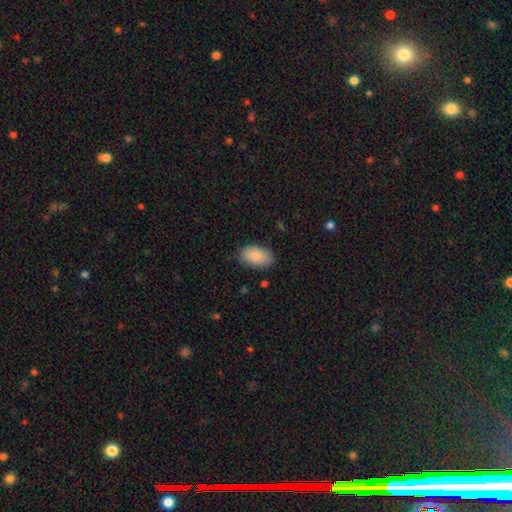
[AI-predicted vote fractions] Overall: smooth (88%). How rounded: in between (92%). Merging: none (82%).